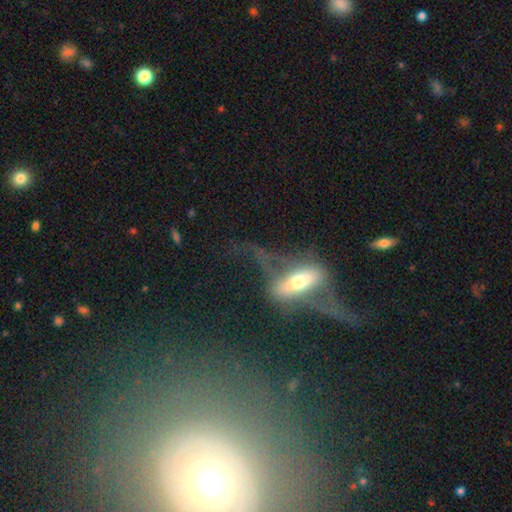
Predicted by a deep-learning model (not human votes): This appears to be a featured or disk galaxy (75%). Merging: none (37%).